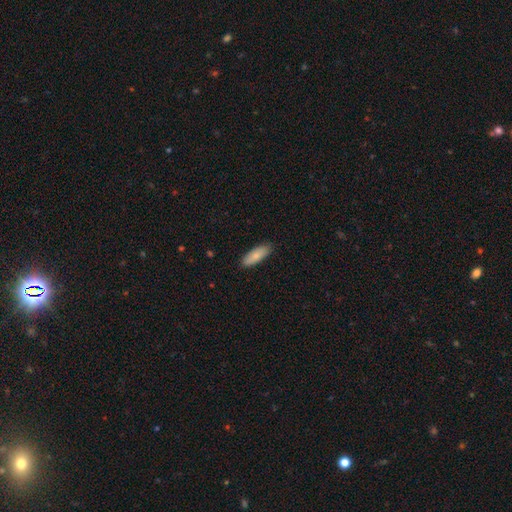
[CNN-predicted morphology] This appears to be a smooth galaxy with no disk features (83%) that is in between round and cigar-shaped (61%). Merging: none (86%).